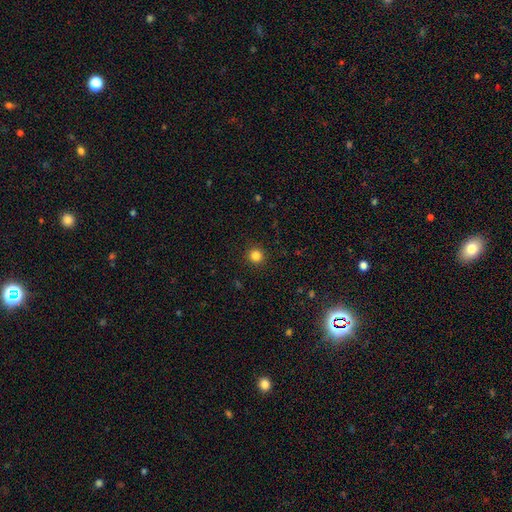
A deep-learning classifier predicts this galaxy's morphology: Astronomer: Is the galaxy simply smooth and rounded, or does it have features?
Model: smooth — 83%.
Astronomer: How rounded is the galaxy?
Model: round — 95%.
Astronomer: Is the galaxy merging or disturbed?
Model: none — 92%.